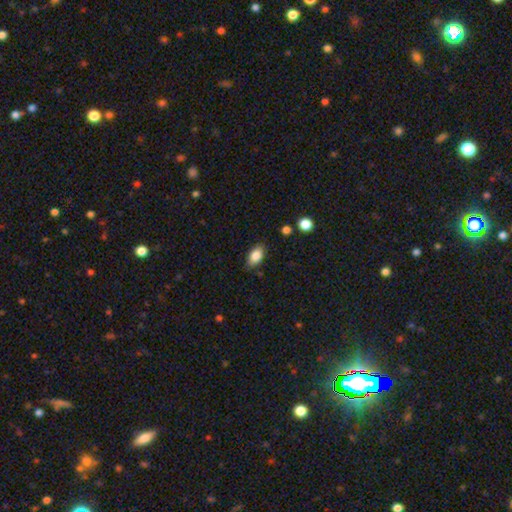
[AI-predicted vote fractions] Smooth or featured: smooth — 84% (featured or disk — 8%)
How rounded: in between — 91% (round — 7%)
Merging: none — 82% (minor disturbance — 14%)